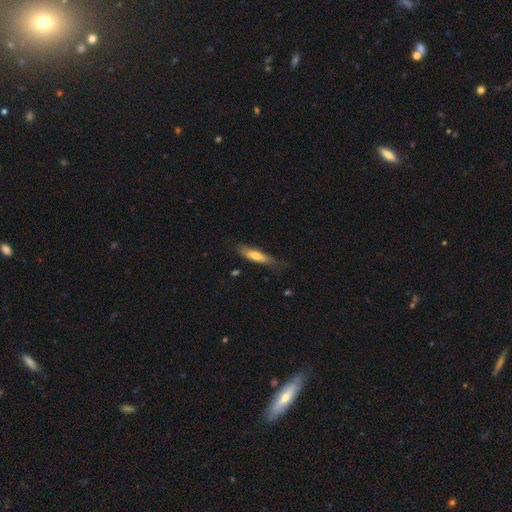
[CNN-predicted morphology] The model was most divided on "how rounded": cigar-shaped: 68%, in between: 31%, round: 2%. More confident: smooth or featured — smooth (67%); merging — none (66%).